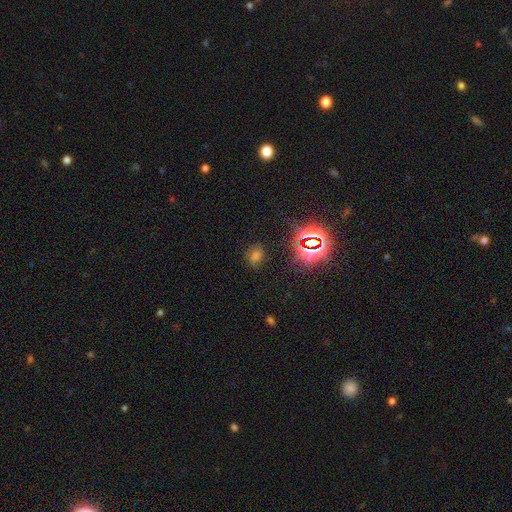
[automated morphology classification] smooth-or-featured: smooth: 46% | star or artifact: 44% | featured or disk: 9%
  merging: none: 78% | minor disturbance: 14% | major disturbance: 5% | merger: 2%